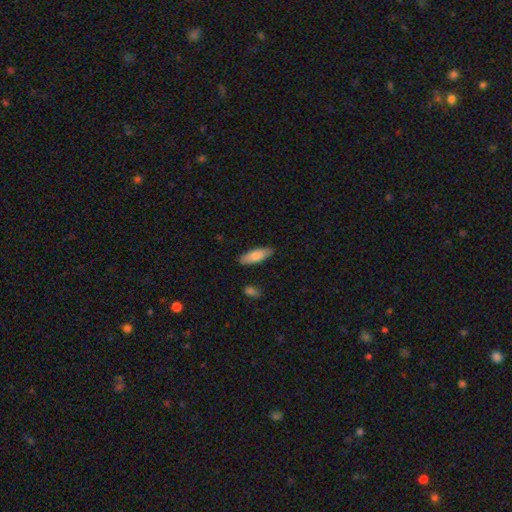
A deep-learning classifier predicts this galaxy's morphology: Smooth or featured? smooth (82%)
How rounded? in between (65%)
Merging? none (86%)